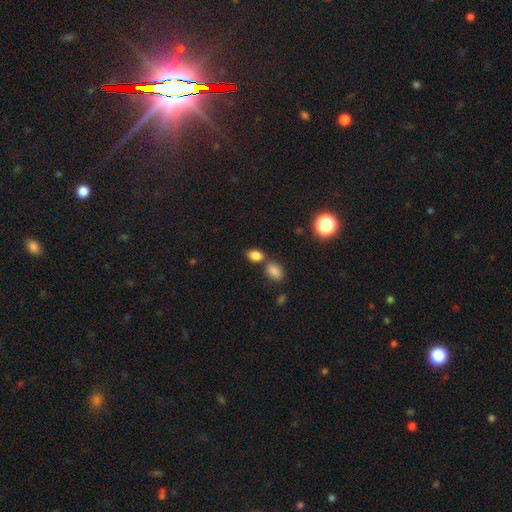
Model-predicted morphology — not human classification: Smooth or featured?
  - smooth: 83% *
  - star or artifact: 12%
  - featured or disk: 5%
How rounded?
  - in between: 81% *
  - round: 17%
  - cigar-shaped: 2%
Merging?
  - none: 57% *
  - merger: 28%
  - minor disturbance: 11%
  - major disturbance: 4%